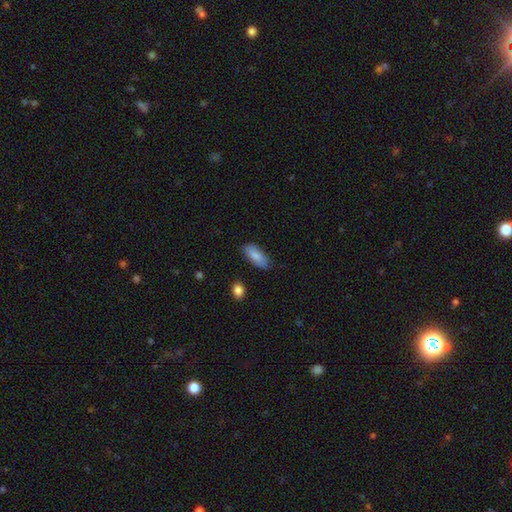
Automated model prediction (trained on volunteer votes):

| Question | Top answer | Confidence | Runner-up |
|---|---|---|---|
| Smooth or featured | smooth | 82% | featured or disk (11%) |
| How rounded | in between | 83% | cigar-shaped (15%) |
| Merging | none | 82% | minor disturbance (14%) |